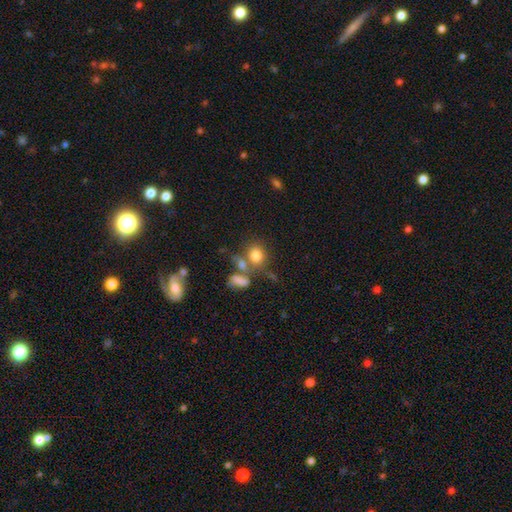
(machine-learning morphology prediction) This is likely a smooth galaxy (79%). How rounded: likely round (61%). Merging: possibly none (51%).